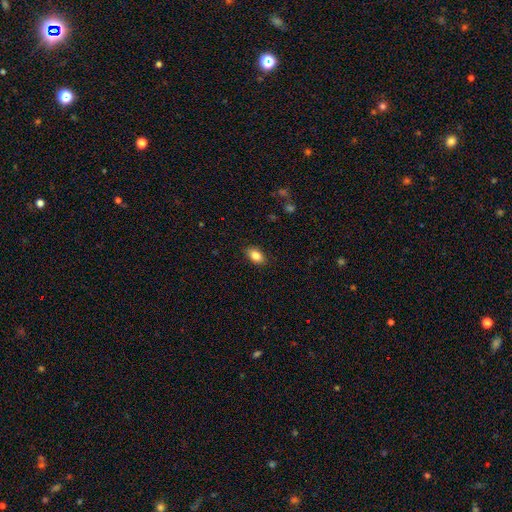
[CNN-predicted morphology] Q: Smooth or featured?
A: smooth (85%); runner-up: star or artifact (8%)
Q: How rounded?
A: in between (89%); runner-up: round (9%)
Q: Merging?
A: none (88%); runner-up: minor disturbance (9%)